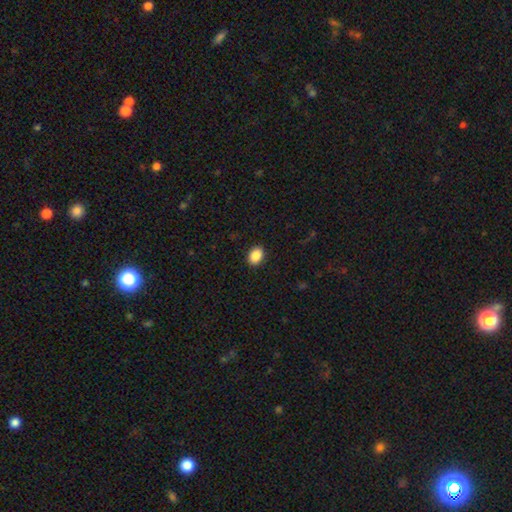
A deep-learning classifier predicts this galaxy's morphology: A smooth galaxy with no disk features (88%) that is in between round and cigar-shaped (75%).

Vote fractions:
- Smooth or featured? smooth: 88% / star or artifact: 8% / featured or disk: 4%
- How rounded? in between: 75% / round: 24% / cigar-shaped: 1%
- Merging? none: 91% / minor disturbance: 7% / major disturbance: 2% / merger: 1%